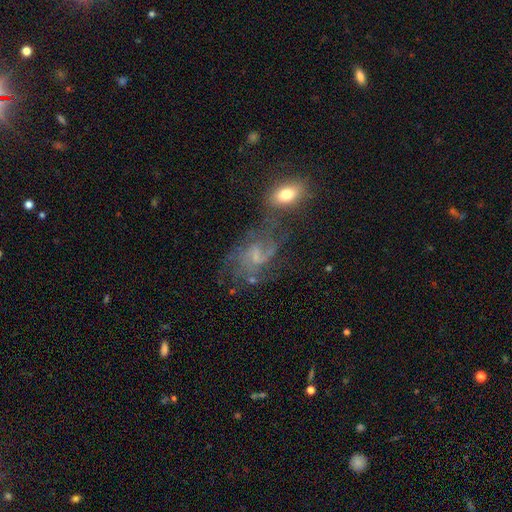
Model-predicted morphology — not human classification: A featured or disk galaxy (67%) with no bar (53%), medium (43%) spiral arms (79%) and a small central bulge (48%). Merging: none (43%).